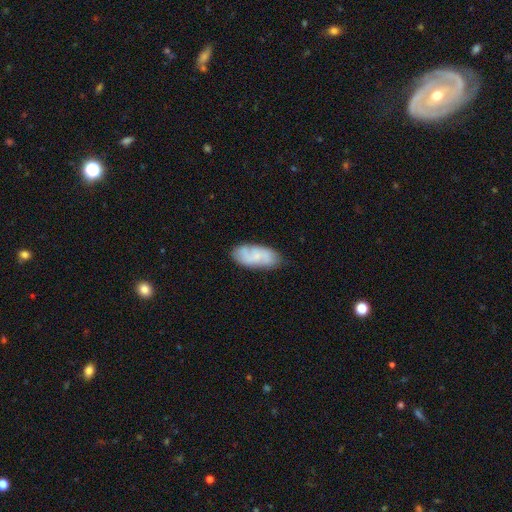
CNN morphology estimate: A smooth galaxy with no disk features (49%).

Vote fractions:
- Smooth or featured? smooth: 49% / featured or disk: 44% / star or artifact: 7%
- Merging? none: 74% / minor disturbance: 19% / major disturbance: 4% / merger: 2%